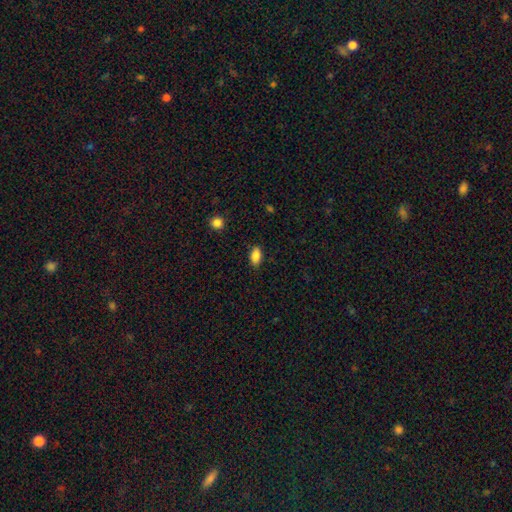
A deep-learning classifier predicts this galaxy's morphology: Smooth or featured: smooth — 87% (star or artifact — 8%)
How rounded: in between — 91% (round — 5%)
Merging: none — 87% (minor disturbance — 10%)